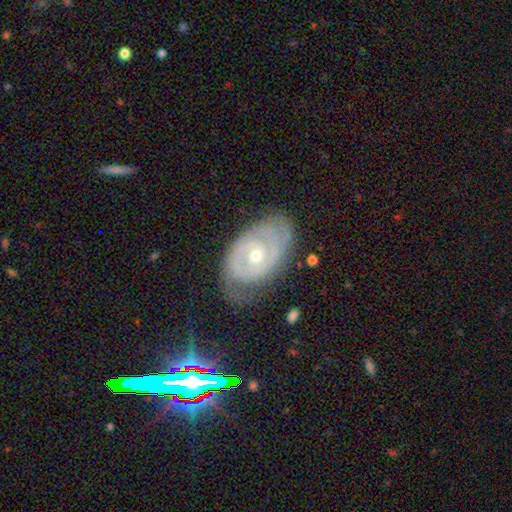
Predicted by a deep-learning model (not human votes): Smooth or featured: featured or disk — 85% (smooth — 8%)
Edge-on disk: no — 96% (yes — 4%)
Bar: no — 70% (weak — 23%)
Spiral arms: yes — 92% (no — 8%)
Spiral winding: tight — 76% (medium — 20%)
Spiral arm count: 2 — 60% (can't tell — 21%)
Bulge size: moderate — 61% (small — 35%)
Merging: none — 72% (minor disturbance — 19%)